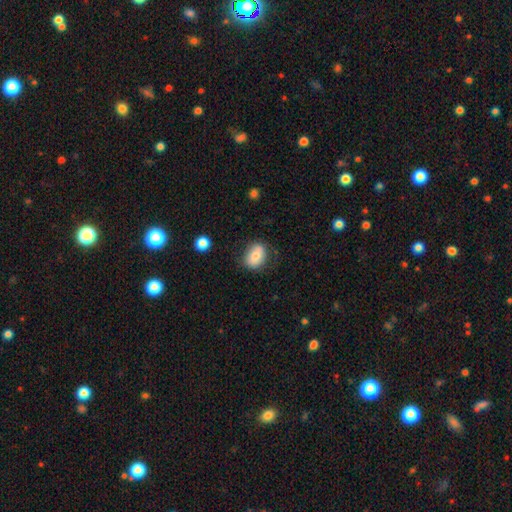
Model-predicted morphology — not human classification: type=smooth (77%); roundness=in between (63%); merging=none (73%).